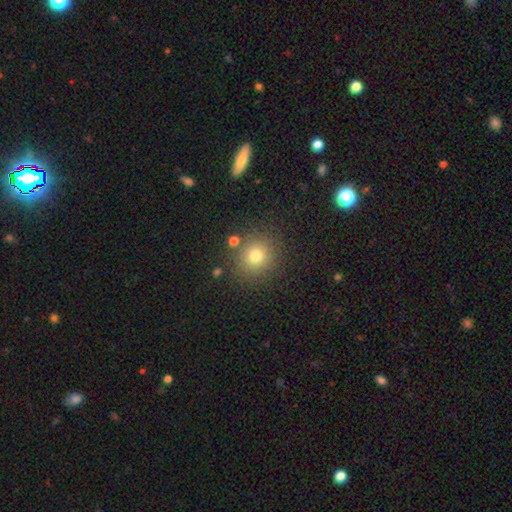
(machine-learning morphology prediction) Smooth or featured: smooth — 77% (star or artifact — 15%)
How rounded: round — 89% (in between — 10%)
Merging: none — 84% (minor disturbance — 8%)